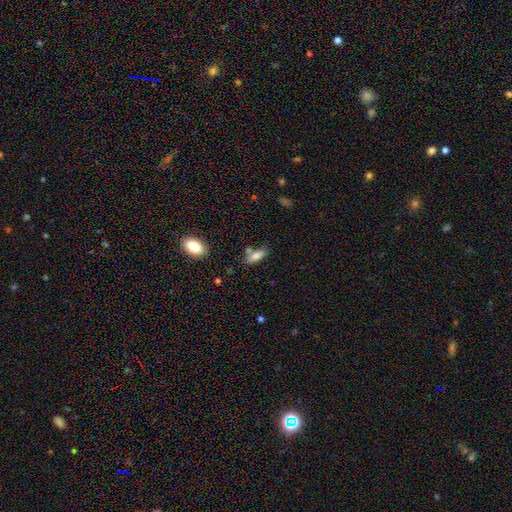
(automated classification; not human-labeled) smooth 82%, featured or disk 10%, star or artifact 8%. Down the decision tree: how rounded — in between (76%); merging — none (60%).